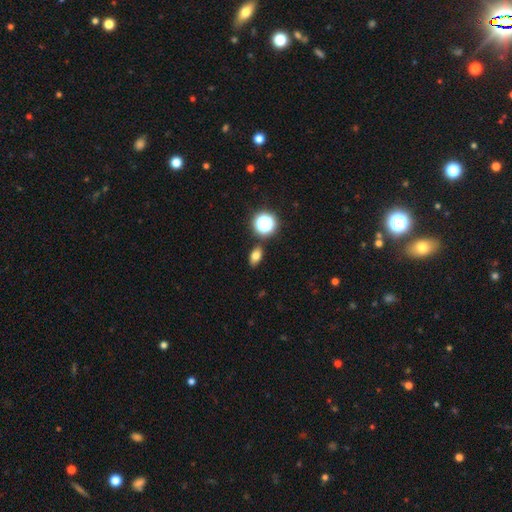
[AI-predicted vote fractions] Smooth or featured? Predicted: smooth (p=0.74). How rounded? Predicted: in between (p=0.80). Merging? Predicted: none (p=0.84).